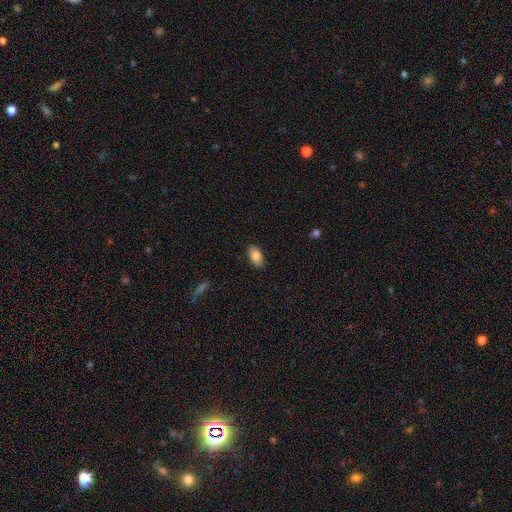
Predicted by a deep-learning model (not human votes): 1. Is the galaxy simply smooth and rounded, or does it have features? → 84% smooth, 9% featured or disk, 7% star or artifact.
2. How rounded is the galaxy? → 93% in between, 4% round, 3% cigar-shaped.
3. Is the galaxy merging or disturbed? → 88% none, 9% minor disturbance, 2% major disturbance, 1% merger.